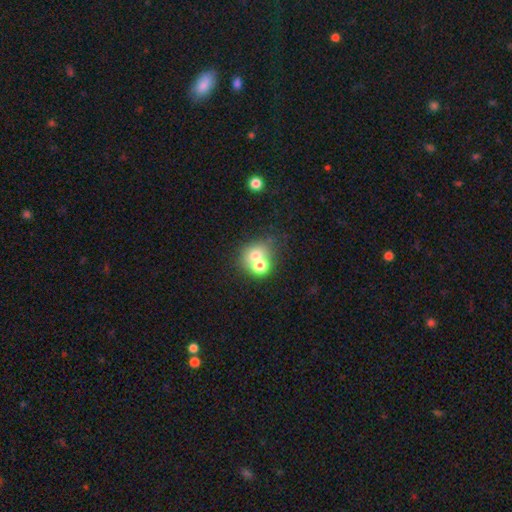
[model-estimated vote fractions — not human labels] Morphology: type=smooth (66%); roundness=round (68%); merging=merger (52%).